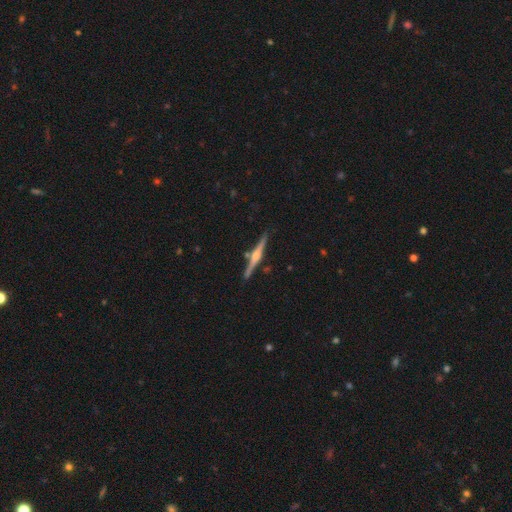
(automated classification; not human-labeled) This is likely a featured or disk galaxy (78%). It is clearly viewed edge-on (98%). Edge-on bulge: clearly rounded (85%). Merging: clearly none (86%).